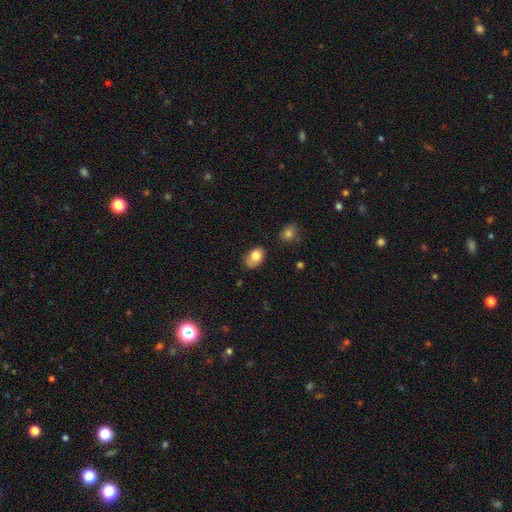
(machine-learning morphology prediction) Q: Smooth or featured?
A: smooth (81%); runner-up: featured or disk (11%)
Q: How rounded?
A: in between (83%); runner-up: round (16%)
Q: Merging?
A: none (62%); runner-up: minor disturbance (29%)